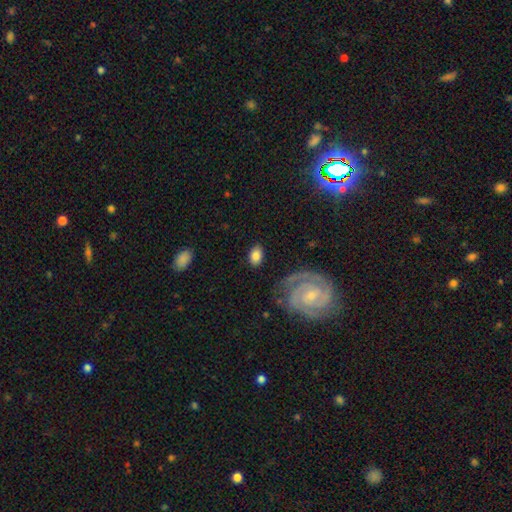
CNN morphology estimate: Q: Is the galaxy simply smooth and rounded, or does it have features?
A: smooth — 79%.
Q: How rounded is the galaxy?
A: in between — 87%.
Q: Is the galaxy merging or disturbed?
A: none — 80%.